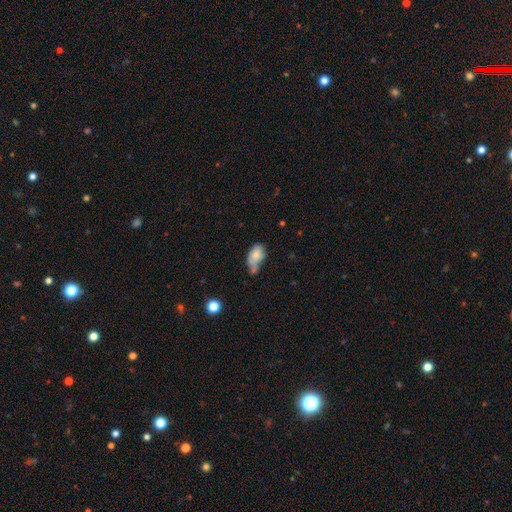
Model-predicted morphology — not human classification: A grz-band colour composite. It shows a smooth galaxy with no disk features (73%) that is in between round and cigar-shaped (88%). Merging: minor disturbance (32%).